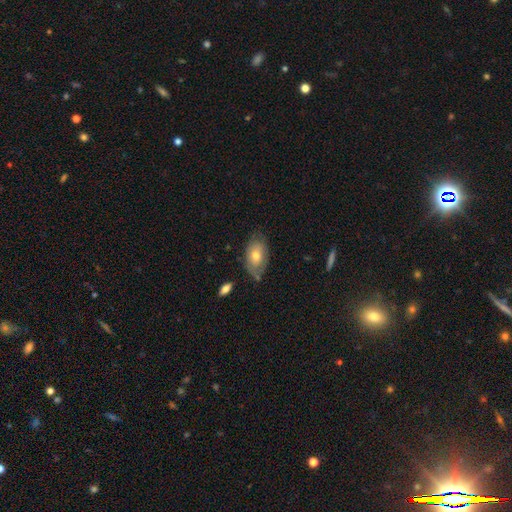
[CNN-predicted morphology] smooth_or_featured: smooth (p=0.58) [alt: featured or disk p=0.35]
how_rounded: in between (p=0.89) [alt: round p=0.09]
merging: none (p=0.63) [alt: minor disturbance p=0.27]